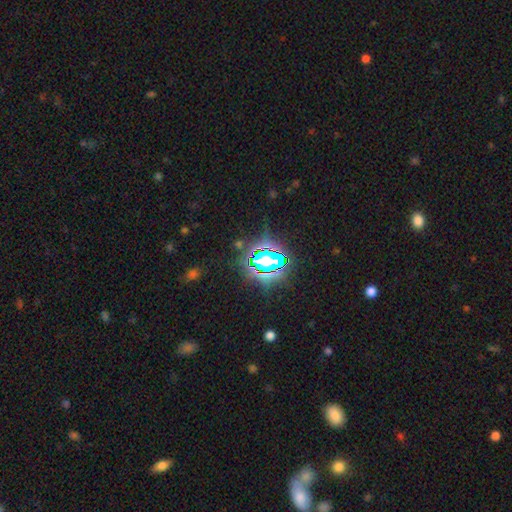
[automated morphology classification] star or artifact 77%, smooth 14%, featured or disk 9%.